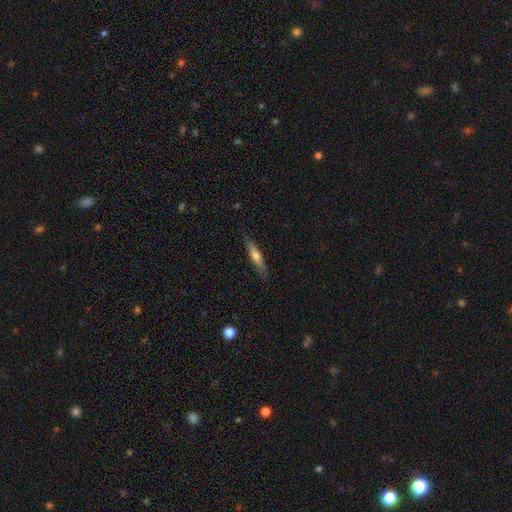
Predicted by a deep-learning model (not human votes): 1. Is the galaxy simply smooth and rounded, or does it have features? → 51% smooth, 43% featured or disk, 6% star or artifact.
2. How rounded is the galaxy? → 87% cigar-shaped, 12% in between, 2% round.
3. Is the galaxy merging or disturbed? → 85% none, 11% minor disturbance, 2% major disturbance, 1% merger.